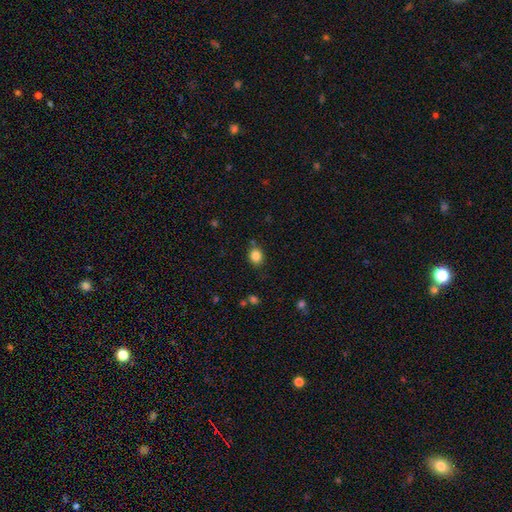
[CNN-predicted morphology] Smooth or featured: smooth — 84% (star or artifact — 11%)
How rounded: round — 65% (in between — 34%)
Merging: none — 80% (minor disturbance — 12%)